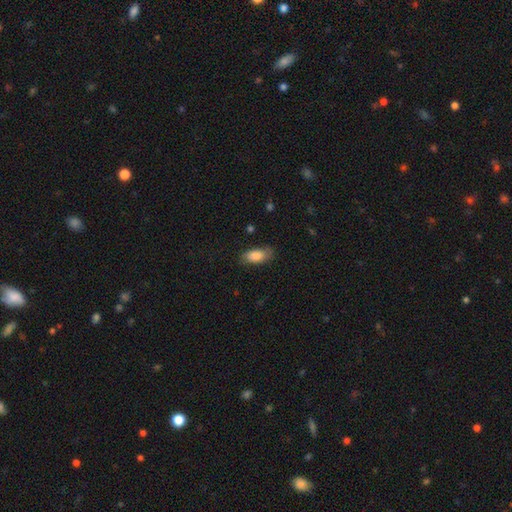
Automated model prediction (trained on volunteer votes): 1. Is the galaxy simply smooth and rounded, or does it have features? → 84% smooth, 9% featured or disk, 7% star or artifact.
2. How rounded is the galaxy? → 87% in between, 11% cigar-shaped, 3% round.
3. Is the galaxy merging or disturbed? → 73% none, 20% minor disturbance, 5% major disturbance, 1% merger.